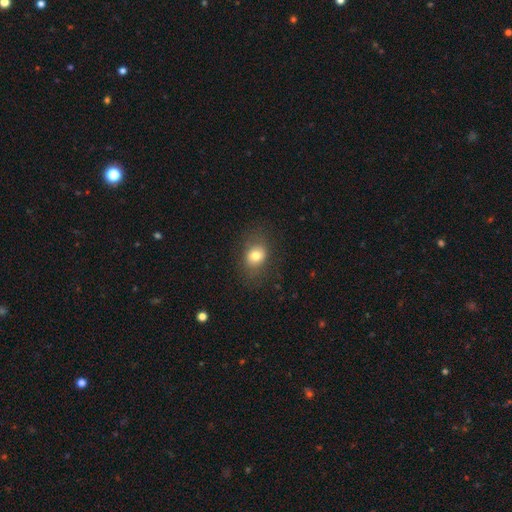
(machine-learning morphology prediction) Smooth or featured: smooth — 76% (featured or disk — 13%)
How rounded: round — 50% (in between — 49%)
Merging: none — 76% (minor disturbance — 15%)